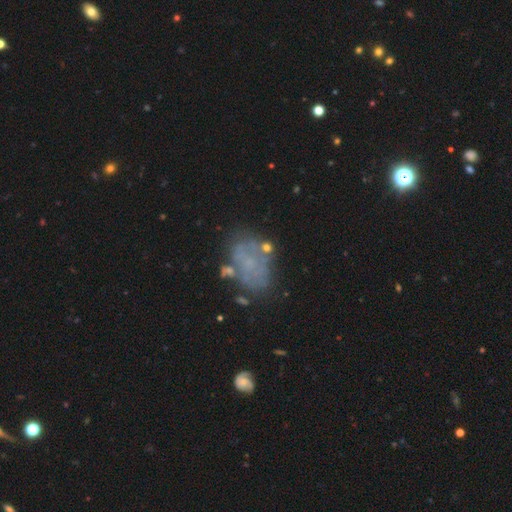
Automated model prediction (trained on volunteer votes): smooth-or-featured: featured or disk: 53% | smooth: 33% | star or artifact: 14%
  disk-edge-on: no: 98% | yes: 2%
    bar: no: 88% | weak: 9% | strong: 3%
    has-spiral-arms: no: 79% | yes: 21%
    bulge-size: none: 71% | small: 20% | moderate: 7% | large: 2% | dominant: 1%
  merging: none: 49% | minor disturbance: 22% | major disturbance: 19% | merger: 10%